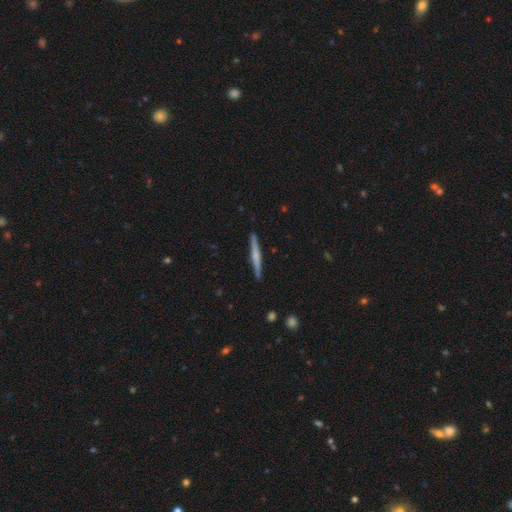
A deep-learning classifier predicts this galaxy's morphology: featured or disk 57%, smooth 38%, star or artifact 6%. Down the decision tree: edge-on disk — yes (98%); edge-on bulge — rounded (54%); merging — none (90%).